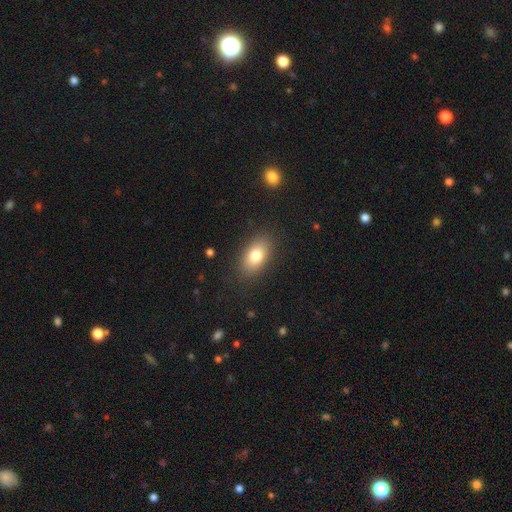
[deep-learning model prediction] Smooth or featured: smooth — 79% (featured or disk — 13%)
How rounded: in between — 88% (round — 9%)
Merging: none — 85% (minor disturbance — 10%)